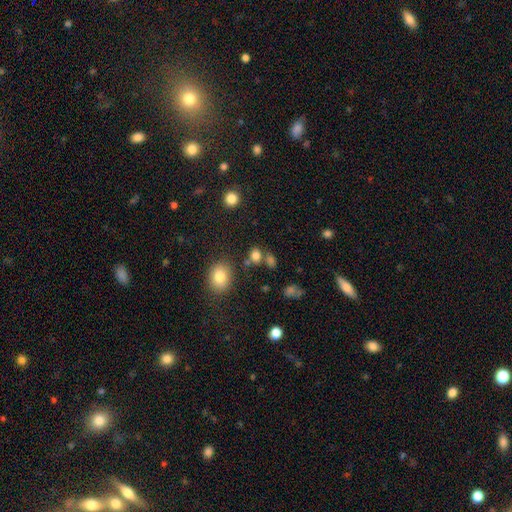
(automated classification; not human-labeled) smooth 80%, star or artifact 14%, featured or disk 6%. Down the decision tree: how rounded — round (52%); merging — none (61%).